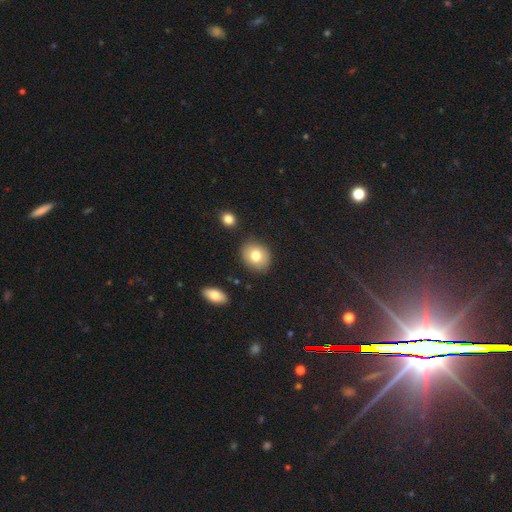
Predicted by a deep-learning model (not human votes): A smooth galaxy with no disk features (78%) that is round (62%).

Vote fractions:
- Smooth or featured? smooth: 78% / featured or disk: 13% / star or artifact: 9%
- How rounded? round: 62% / in between: 37% / cigar-shaped: 1%
- Merging? none: 84% / minor disturbance: 10% / merger: 3% / major disturbance: 3%